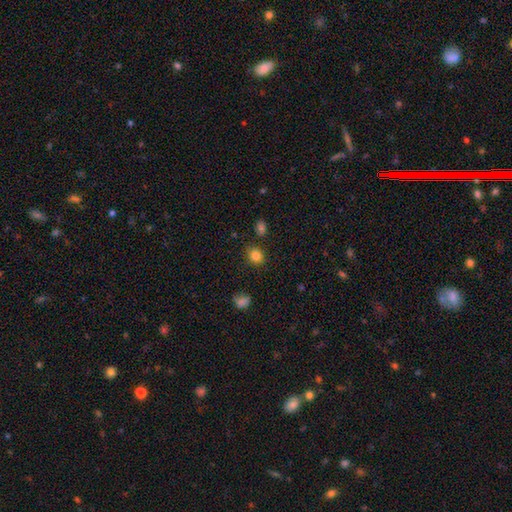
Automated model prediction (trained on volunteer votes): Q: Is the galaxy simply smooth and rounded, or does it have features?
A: smooth — 84%.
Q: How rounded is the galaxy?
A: round — 77%.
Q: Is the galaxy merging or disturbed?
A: none — 85%.